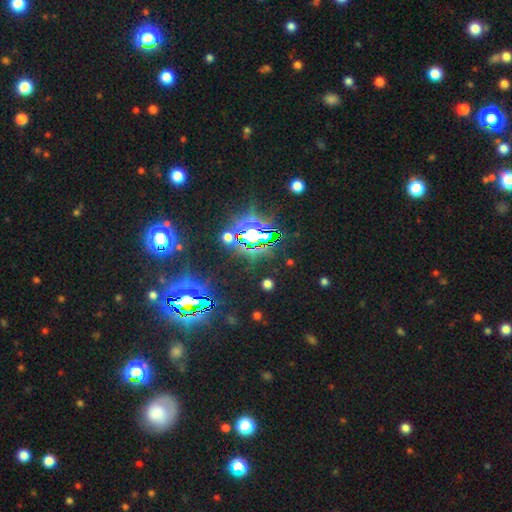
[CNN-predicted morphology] A star or artifact, not a galaxy (84%).

Vote fractions:
- Smooth or featured? star or artifact: 84% / smooth: 10% / featured or disk: 7%